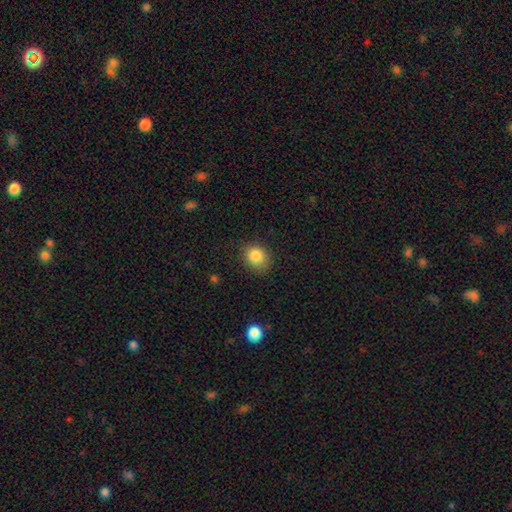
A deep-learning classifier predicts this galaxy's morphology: type=smooth (85%); roundness=round (67%); merging=none (80%).